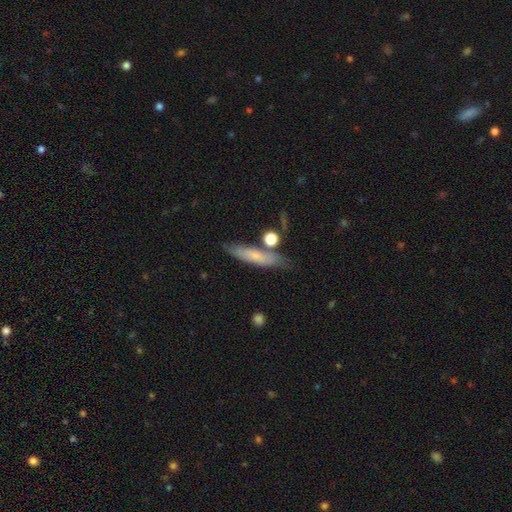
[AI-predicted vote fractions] This appears to be a smooth galaxy with no disk features (65%) that is cigar-shaped (76%). Merging: none (71%).